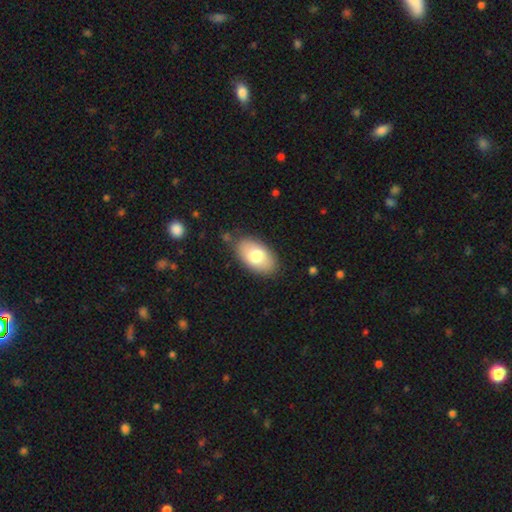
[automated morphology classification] smooth_or_featured: smooth (p=0.76) [alt: featured or disk p=0.18]
how_rounded: in between (p=0.94) [alt: round p=0.05]
merging: none (p=0.81) [alt: minor disturbance p=0.13]